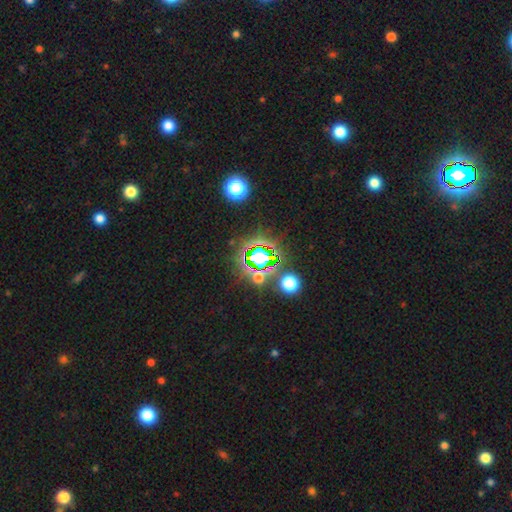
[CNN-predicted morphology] A star or artifact, not a galaxy (76%).